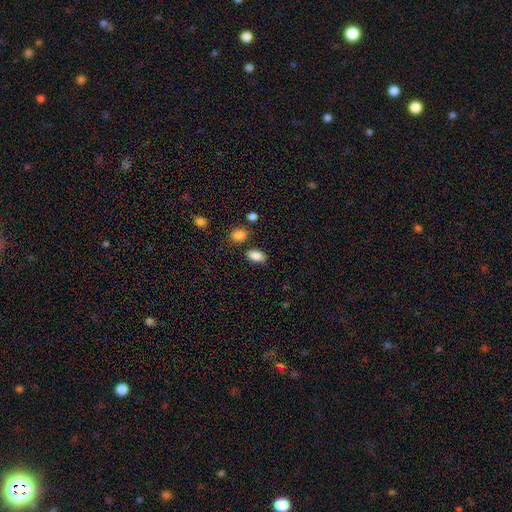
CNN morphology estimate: This is clearly a smooth galaxy (87%). How rounded: clearly in between (91%). Merging: clearly none (81%).